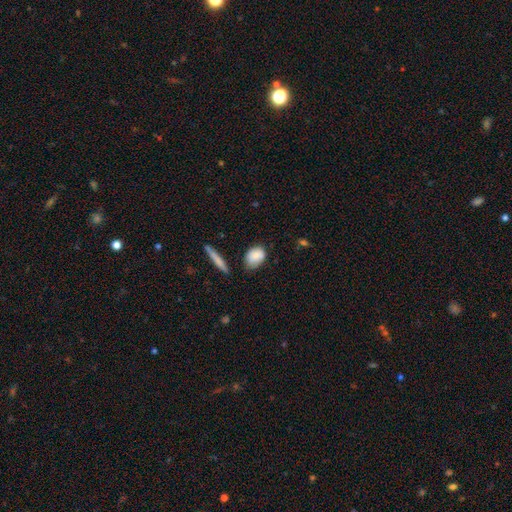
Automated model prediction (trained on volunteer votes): A smooth galaxy with no disk features (84%) that is in between round and cigar-shaped (77%).

Vote fractions:
- Smooth or featured? smooth: 84% / featured or disk: 9% / star or artifact: 7%
- How rounded? in between: 77% / round: 20% / cigar-shaped: 3%
- Merging? none: 59% / minor disturbance: 30% / major disturbance: 7% / merger: 4%